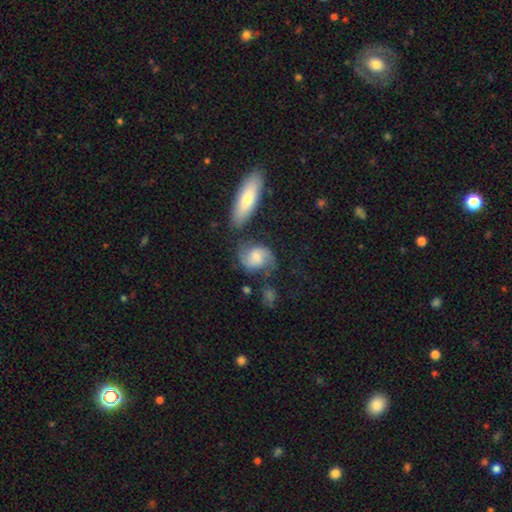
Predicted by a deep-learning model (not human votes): Smooth or featured? featured or disk (62%)
Edge-on disk? no (96%)
Bar? no (53%)
Spiral arms? yes (91%)
Spiral winding? medium (49%)
Spiral arm count? 2 (87%)
Bulge size? moderate (38%)
Merging? none (55%)